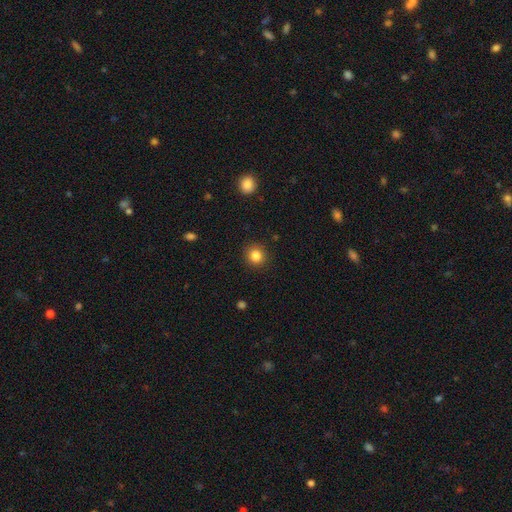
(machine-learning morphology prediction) smooth_or_featured: smooth (p=0.85) [alt: star or artifact p=0.11]
how_rounded: round (p=0.89) [alt: in between p=0.10]
merging: none (p=0.90) [alt: minor disturbance p=0.06]